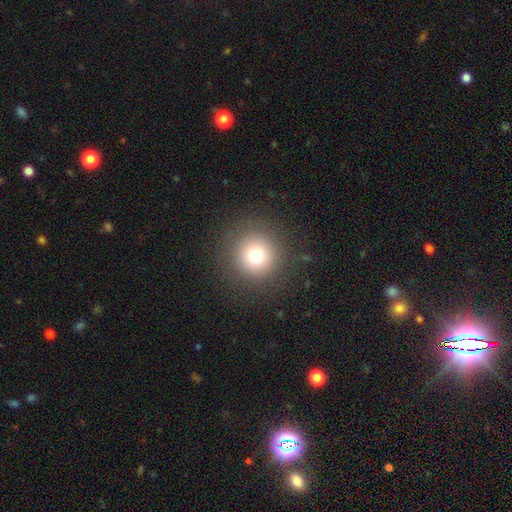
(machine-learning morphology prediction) smooth 75%, star or artifact 15%, featured or disk 10%. Down the decision tree: how rounded — round (96%); merging — none (89%).